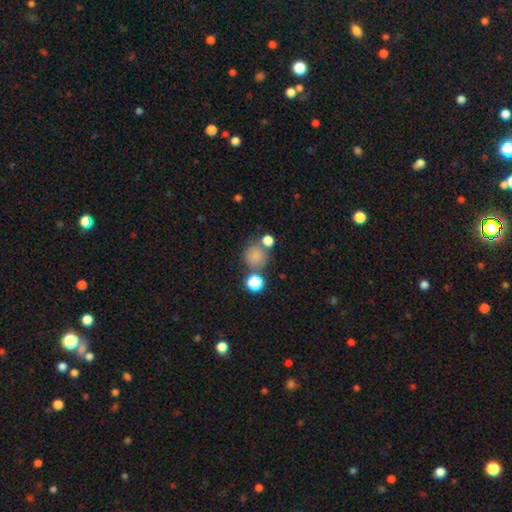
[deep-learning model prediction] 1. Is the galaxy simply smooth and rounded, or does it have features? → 77% smooth, 15% star or artifact, 8% featured or disk.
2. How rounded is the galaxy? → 87% round, 12% in between, 1% cigar-shaped.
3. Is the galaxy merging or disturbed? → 65% none, 19% merger, 12% minor disturbance, 5% major disturbance.